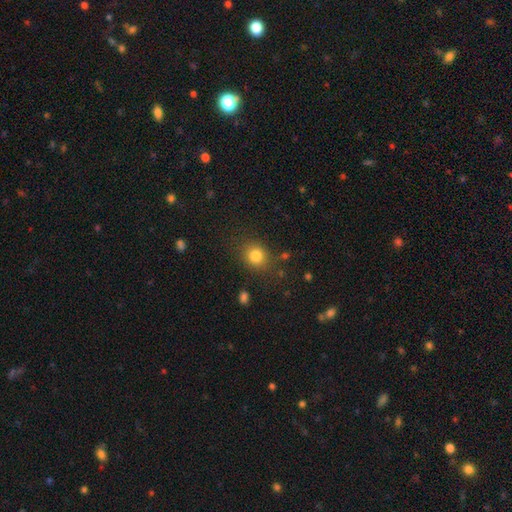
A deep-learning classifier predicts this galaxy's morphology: Overall: smooth (82%). How rounded: round (76%). Merging: none (82%).